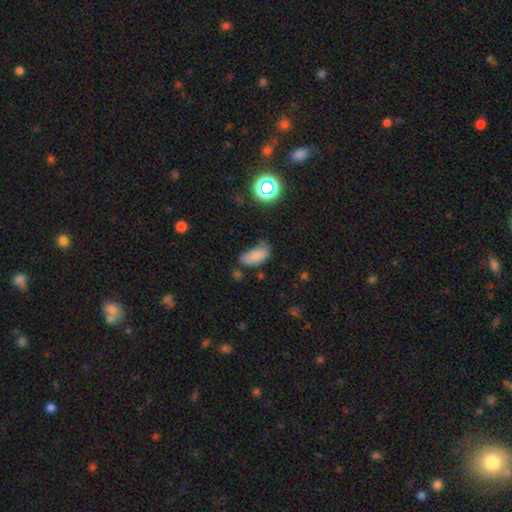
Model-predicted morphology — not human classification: smooth_or_featured: smooth (p=0.80) [alt: star or artifact p=0.13]
how_rounded: in between (p=0.91) [alt: cigar-shaped p=0.05]
merging: none (p=0.47) [alt: minor disturbance p=0.36]